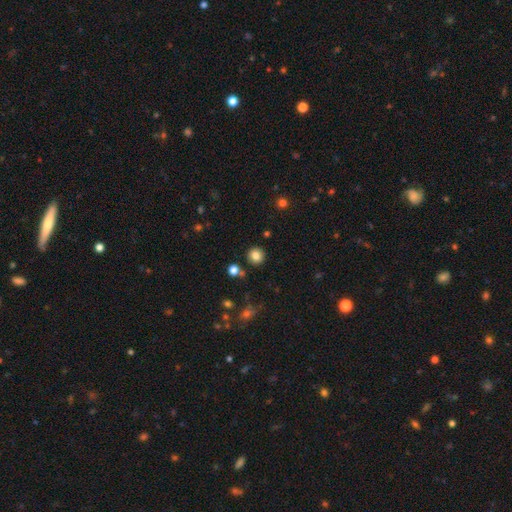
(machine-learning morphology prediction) smooth_or_featured: smooth (p=0.82) [alt: star or artifact p=0.11]
how_rounded: round (p=0.93) [alt: in between p=0.06]
merging: none (p=0.90) [alt: minor disturbance p=0.06]